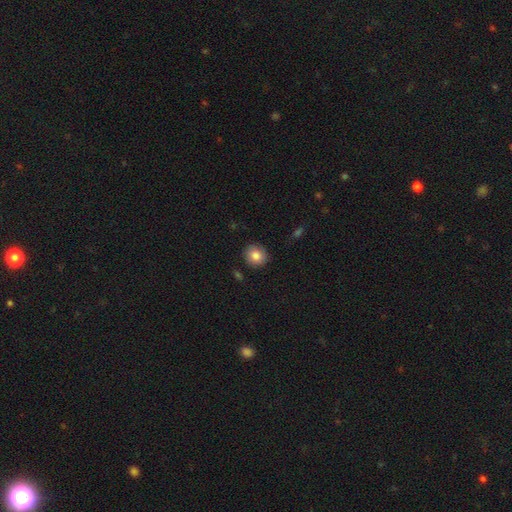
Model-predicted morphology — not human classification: This appears to be a smooth galaxy with no disk features (84%) that is round (86%). Merging: none (88%).